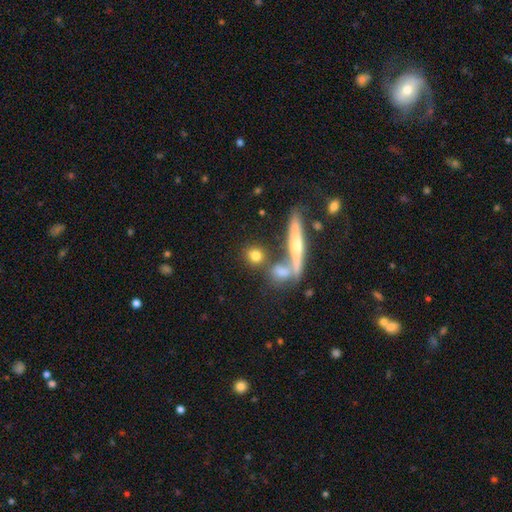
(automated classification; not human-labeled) smooth_or_featured: smooth (p=0.73) [alt: featured or disk p=0.17]
how_rounded: round (p=0.67) [alt: in between p=0.20]
merging: none (p=0.69) [alt: merger p=0.17]